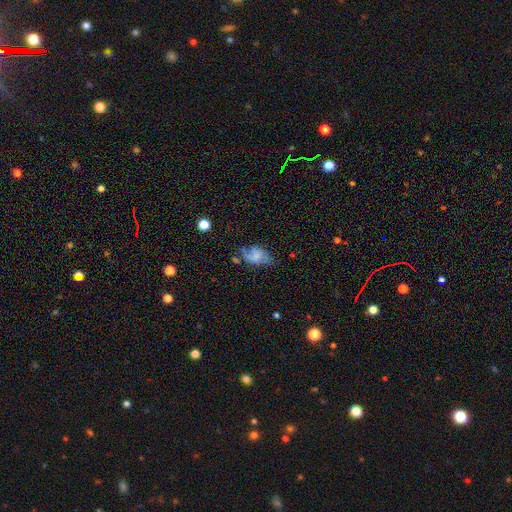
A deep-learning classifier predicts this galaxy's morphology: smooth_or_featured: smooth (p=0.49) [alt: featured or disk p=0.39]
merging: none (p=0.37) [alt: minor disturbance p=0.30]